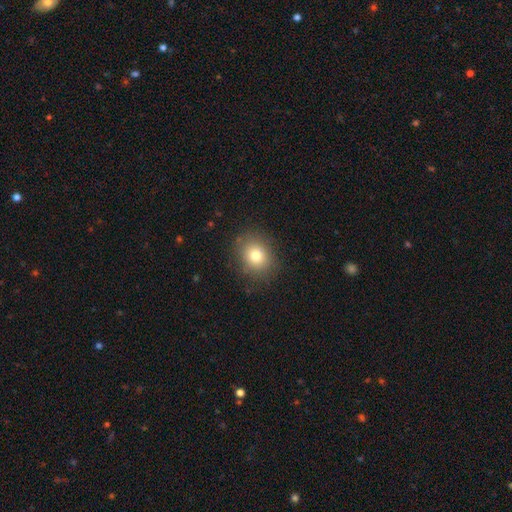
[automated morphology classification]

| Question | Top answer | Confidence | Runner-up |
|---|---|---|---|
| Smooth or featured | smooth | 78% | star or artifact (12%) |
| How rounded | round | 65% | in between (34%) |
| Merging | none | 85% | minor disturbance (10%) |